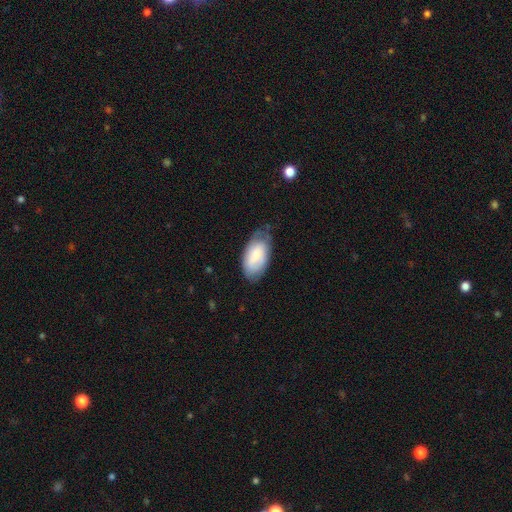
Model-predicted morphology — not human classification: The model was most divided on "merging": none: 59%, minor disturbance: 31%, major disturbance: 9%, merger: 2%. More confident: how rounded — in between (94%); smooth or featured — smooth (67%).